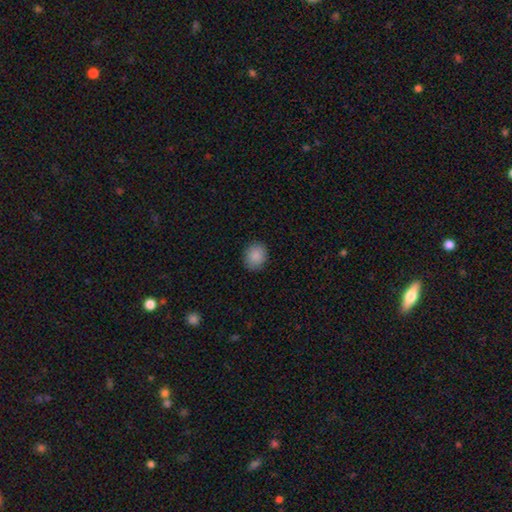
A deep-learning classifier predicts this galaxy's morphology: This appears to be a smooth galaxy with no disk features (88%) that is round (64%). Merging: none (89%).